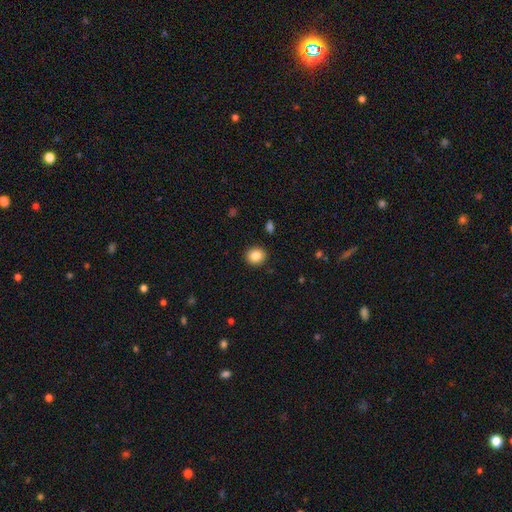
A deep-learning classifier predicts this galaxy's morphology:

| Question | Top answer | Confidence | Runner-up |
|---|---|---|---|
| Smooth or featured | smooth | 85% | star or artifact (9%) |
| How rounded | round | 83% | in between (16%) |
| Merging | none | 91% | minor disturbance (6%) |